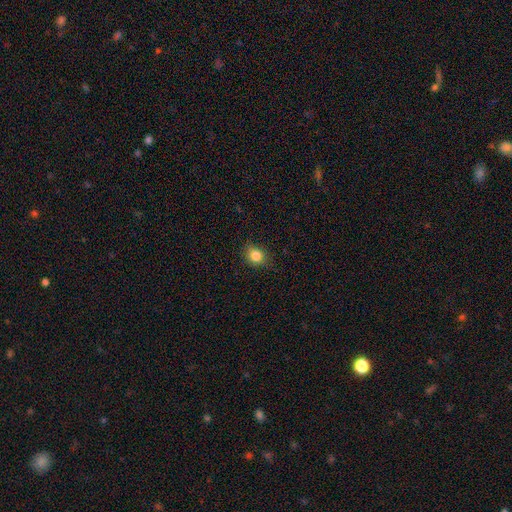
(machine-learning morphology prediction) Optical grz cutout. It shows a smooth galaxy with no disk features (84%) that is round (59%). Merging: none (83%).